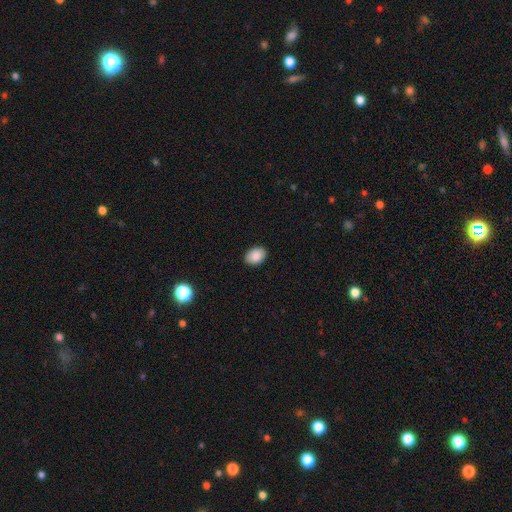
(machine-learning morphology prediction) This appears to be a smooth galaxy with no disk features (88%) that is in between round and cigar-shaped (79%). Merging: none (89%).